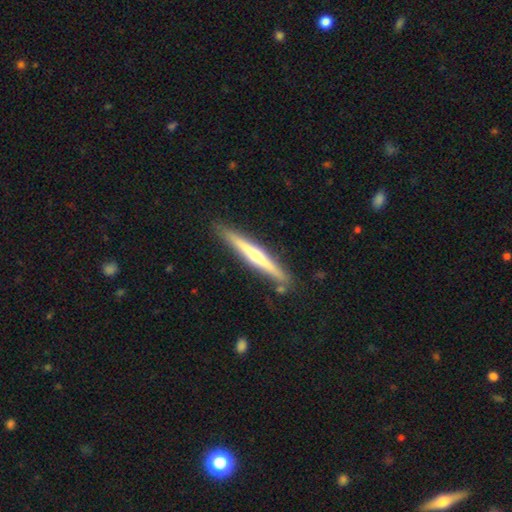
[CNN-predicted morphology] Smooth or featured?
  - featured or disk: 62% *
  - smooth: 33%
  - star or artifact: 5%
Edge-on disk?
  - yes: 97% *
  - no: 3%
Edge-on bulge?
  - rounded: 76% *
  - none: 19%
  - boxy: 5%
Merging?
  - none: 87% *
  - minor disturbance: 9%
  - merger: 3%
  - major disturbance: 2%